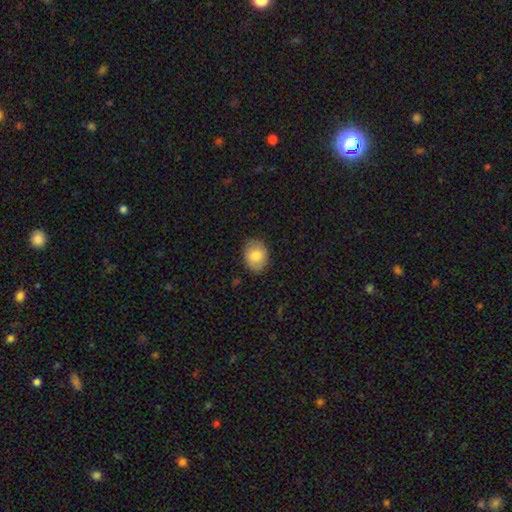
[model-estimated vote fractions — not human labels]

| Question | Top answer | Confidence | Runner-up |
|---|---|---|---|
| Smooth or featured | smooth | 81% | featured or disk (12%) |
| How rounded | in between | 58% | round (41%) |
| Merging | none | 86% | minor disturbance (11%) |